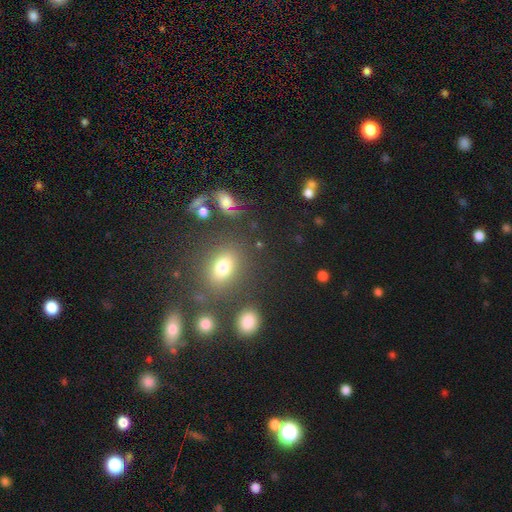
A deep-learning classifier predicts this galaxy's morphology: This appears to be a smooth galaxy with no disk features (56%) that is round (57%). Merging: none (76%).